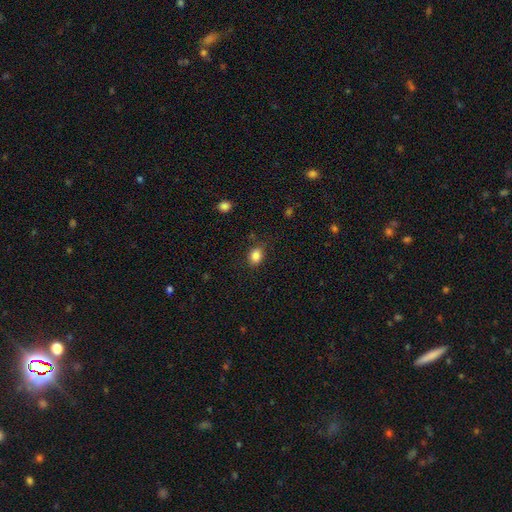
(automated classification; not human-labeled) This is clearly a smooth galaxy (85%). How rounded: possibly in between (56%). Merging: clearly none (81%).